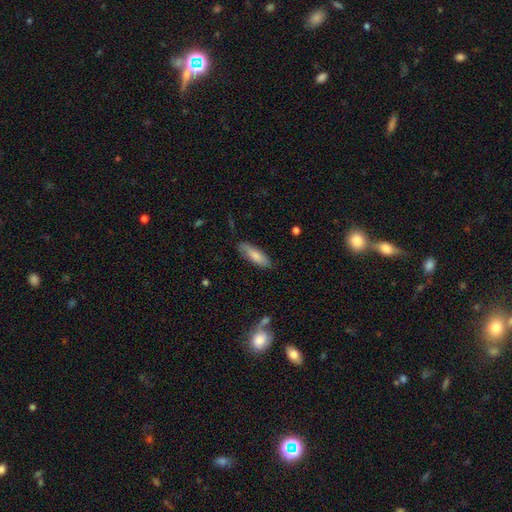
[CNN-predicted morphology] A smooth galaxy with no disk features (78%) that is cigar-shaped (52%).

Vote fractions:
- Smooth or featured? smooth: 78% / featured or disk: 16% / star or artifact: 6%
- How rounded? cigar-shaped: 52% / in between: 46% / round: 2%
- Merging? none: 83% / minor disturbance: 13% / major disturbance: 2% / merger: 1%